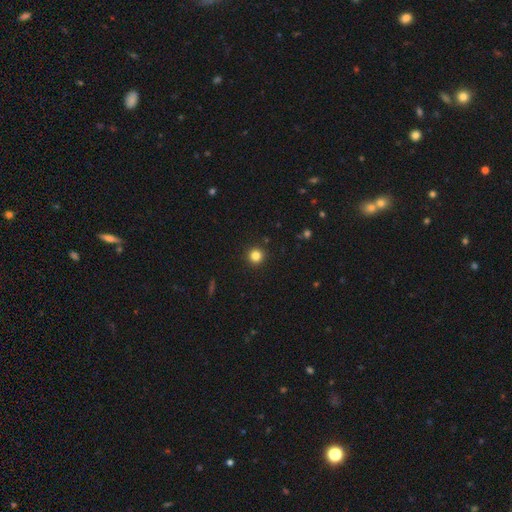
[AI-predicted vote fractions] Smooth or featured: smooth — 82% (star or artifact — 13%)
How rounded: round — 95% (in between — 4%)
Merging: none — 93% (minor disturbance — 4%)